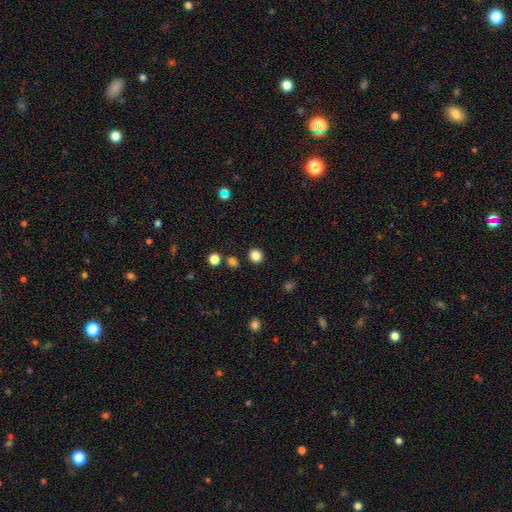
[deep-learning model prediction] smooth_or_featured: smooth (p=0.84) [alt: star or artifact p=0.12]
how_rounded: round (p=0.85) [alt: in between p=0.14]
merging: none (p=0.90) [alt: minor disturbance p=0.06]